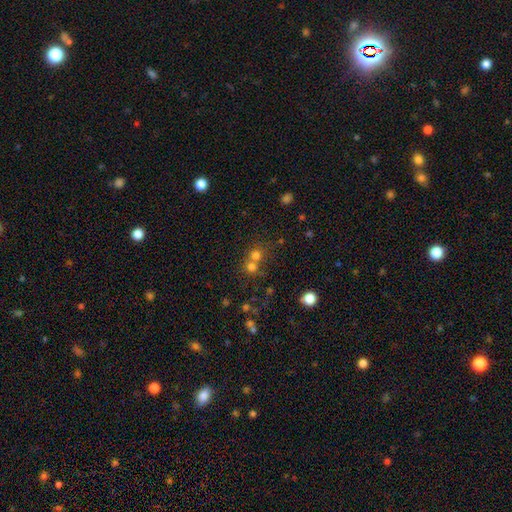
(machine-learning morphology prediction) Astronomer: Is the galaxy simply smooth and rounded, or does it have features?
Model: smooth — 70%.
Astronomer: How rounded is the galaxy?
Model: round — 87%.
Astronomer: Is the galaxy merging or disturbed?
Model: merger — 47% (runner-up: none, 45%).